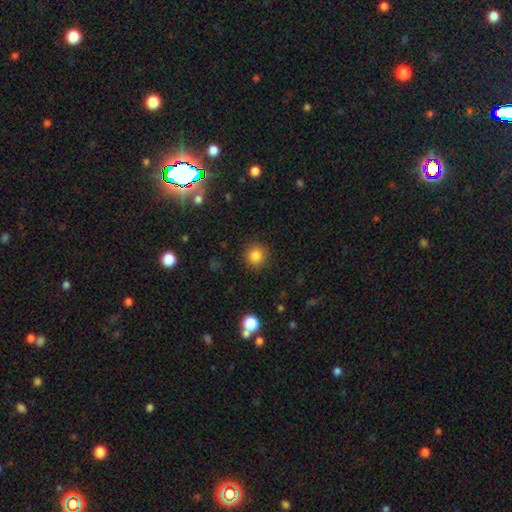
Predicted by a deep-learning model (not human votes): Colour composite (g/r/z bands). It shows a smooth galaxy with no disk features (84%) that is round (93%). Merging: none (90%).